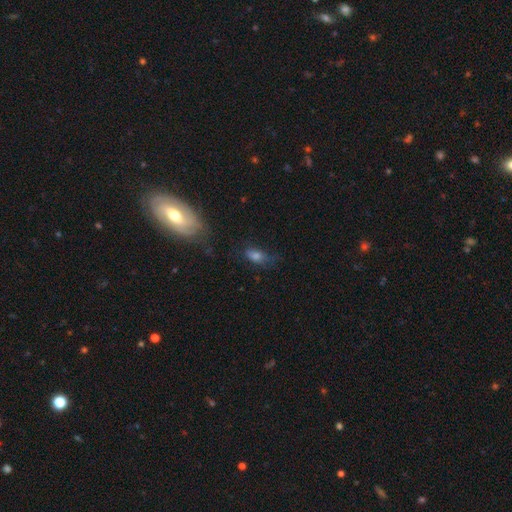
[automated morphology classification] smooth 60%, featured or disk 24%, star or artifact 16%. Down the decision tree: how rounded — in between (80%); merging — none (55%).